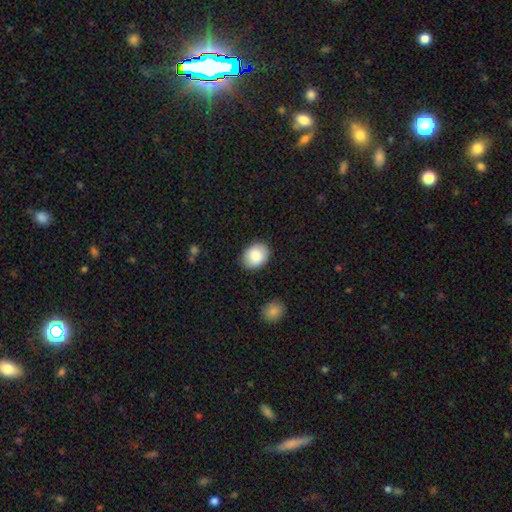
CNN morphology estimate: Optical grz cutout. It shows a smooth galaxy with no disk features (87%) that is in between round and cigar-shaped (56%). Merging: none (88%).